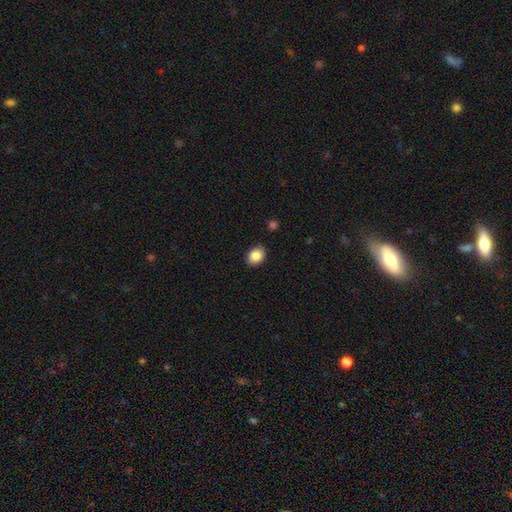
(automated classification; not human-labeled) smooth-or-featured: smooth: 87% | star or artifact: 9% | featured or disk: 5%
  how-rounded: in between: 60% | round: 39% | cigar-shaped: 1%
  merging: none: 88% | minor disturbance: 9% | major disturbance: 2% | merger: 1%